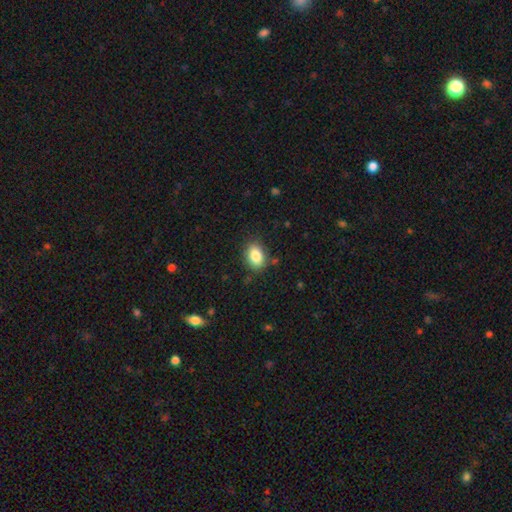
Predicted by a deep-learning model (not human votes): smooth_or_featured: smooth (p=0.85) [alt: star or artifact p=0.08]
how_rounded: in between (p=0.80) [alt: round p=0.19]
merging: none (p=0.84) [alt: minor disturbance p=0.11]